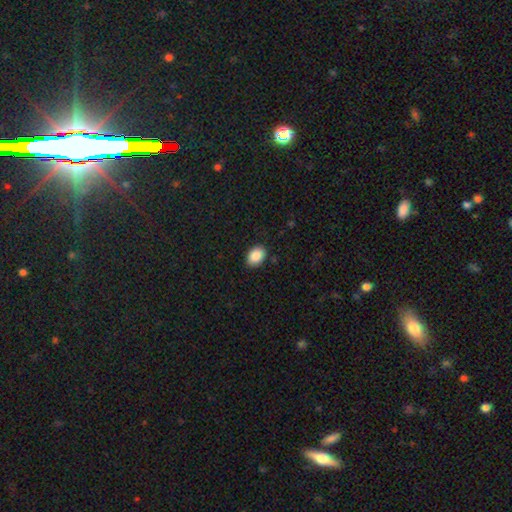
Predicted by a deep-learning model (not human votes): Smooth or featured?
  - smooth: 89% *
  - star or artifact: 8%
  - featured or disk: 3%
How rounded?
  - in between: 80% *
  - round: 19%
  - cigar-shaped: 1%
Merging?
  - none: 87% *
  - minor disturbance: 10%
  - major disturbance: 2%
  - merger: 1%